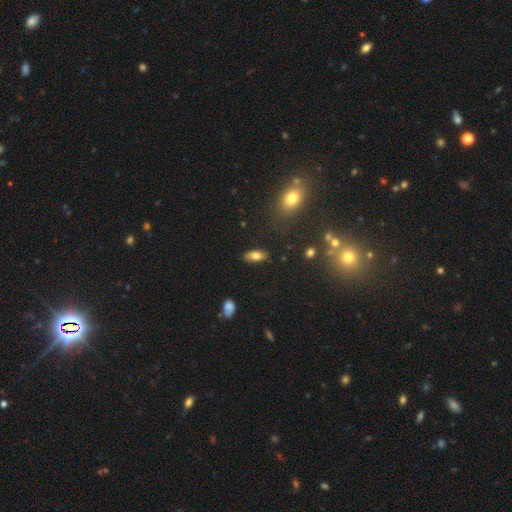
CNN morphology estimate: A smooth galaxy with no disk features (75%) that is in between round and cigar-shaped (84%). Merging: none (85%).